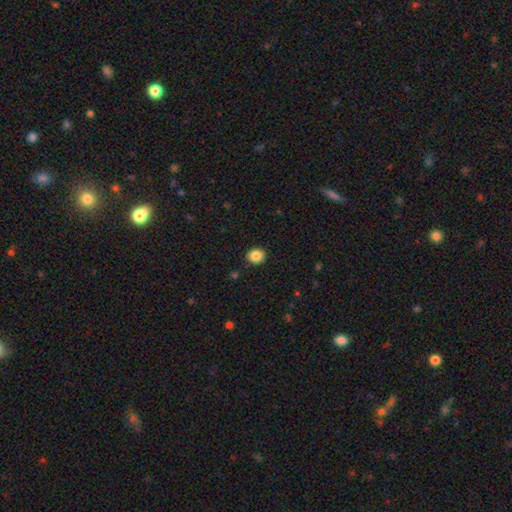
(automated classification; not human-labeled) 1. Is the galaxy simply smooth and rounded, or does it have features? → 86% smooth, 10% star or artifact, 5% featured or disk.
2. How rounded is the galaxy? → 77% round, 22% in between, 1% cigar-shaped.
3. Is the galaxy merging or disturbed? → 90% none, 7% minor disturbance, 2% major disturbance, 1% merger.